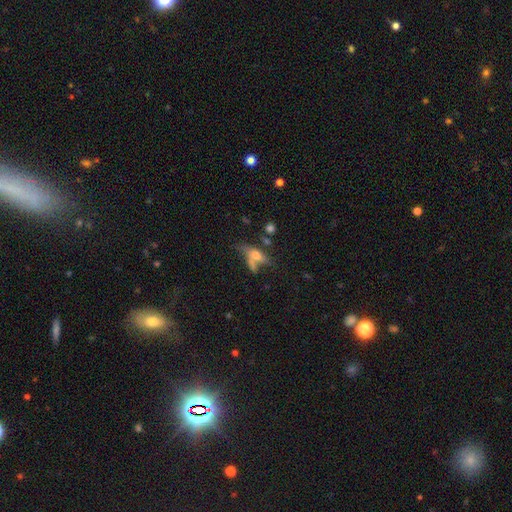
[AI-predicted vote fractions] Smooth or featured? smooth (49%)
Merging? none (34%)